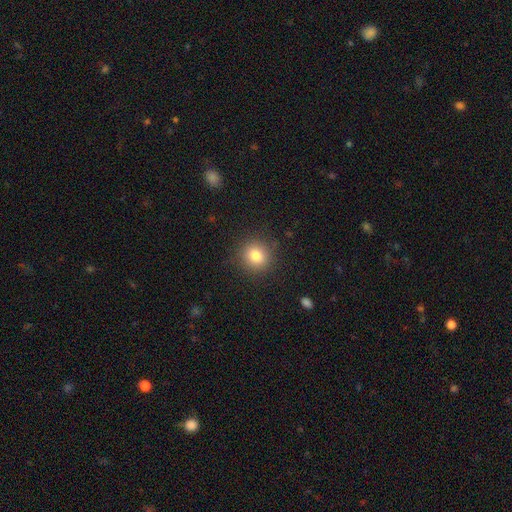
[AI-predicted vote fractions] Smooth or featured?
  - smooth: 80% *
  - star or artifact: 12%
  - featured or disk: 8%
How rounded?
  - round: 90% *
  - in between: 9%
  - cigar-shaped: 1%
Merging?
  - none: 89% *
  - minor disturbance: 7%
  - major disturbance: 3%
  - merger: 1%